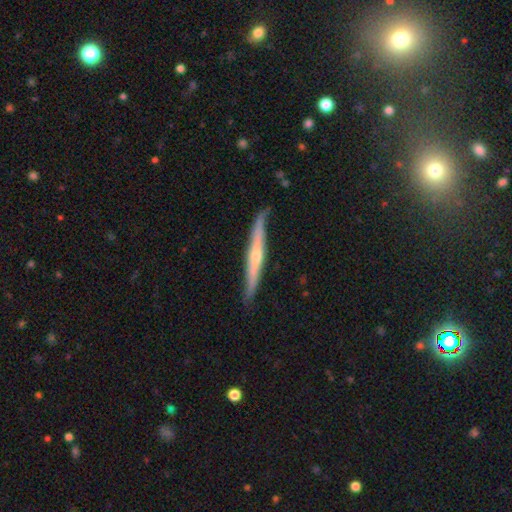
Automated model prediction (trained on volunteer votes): smooth_or_featured: featured or disk (p=0.69) [alt: smooth p=0.26]
disk_edge_on: yes (p=0.94) [alt: no p=0.06]
edge_on_bulge: rounded (p=0.77) [alt: none p=0.19]
merging: none (p=0.78) [alt: minor disturbance p=0.17]